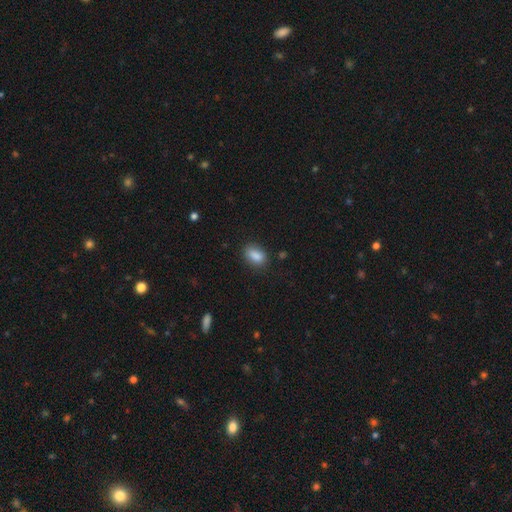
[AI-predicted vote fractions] The model was most divided on "merging": none: 79%, minor disturbance: 15%, major disturbance: 4%, merger: 2%. More confident: smooth or featured — smooth (87%); how rounded — in between (84%).